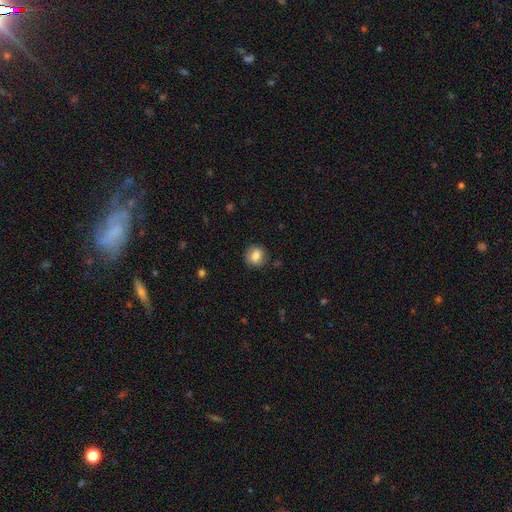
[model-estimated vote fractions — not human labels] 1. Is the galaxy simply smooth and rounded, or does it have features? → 84% smooth, 9% star or artifact, 7% featured or disk.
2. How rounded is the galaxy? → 80% round, 19% in between, 1% cigar-shaped.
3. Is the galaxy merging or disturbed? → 84% none, 11% minor disturbance, 3% major disturbance, 1% merger.